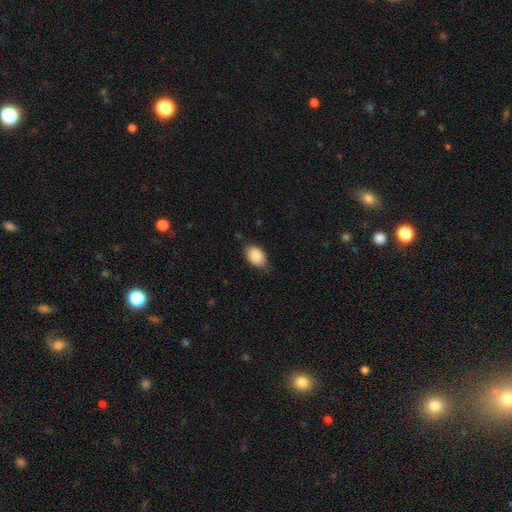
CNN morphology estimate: This is clearly a smooth galaxy (88%). How rounded: clearly in between (89%). Merging: likely none (71%).